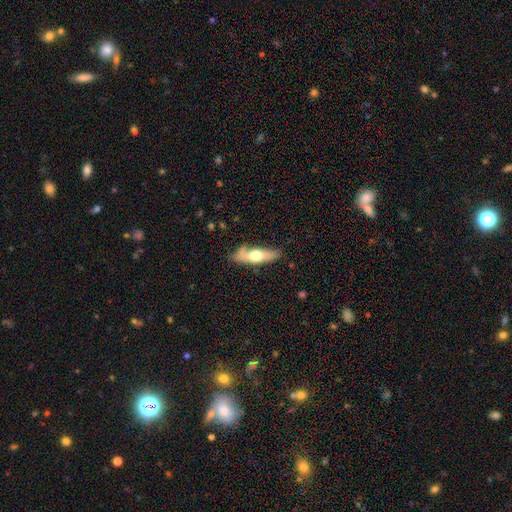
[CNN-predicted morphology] A smooth galaxy with no disk features (51%) that is cigar-shaped (54%).

Vote fractions:
- Smooth or featured? smooth: 51% / featured or disk: 44% / star or artifact: 5%
- How rounded? cigar-shaped: 54% / in between: 43% / round: 3%
- Merging? none: 69% / minor disturbance: 22% / major disturbance: 6% / merger: 4%